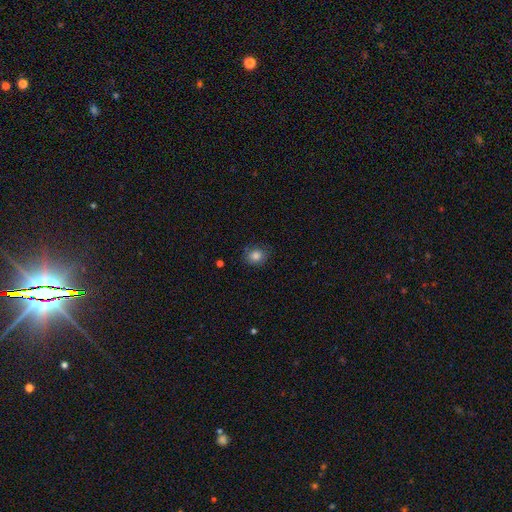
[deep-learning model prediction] The model was most divided on "how rounded": round: 69%, in between: 30%, cigar-shaped: 1%. More confident: smooth or featured — smooth (83%); merging — none (82%).